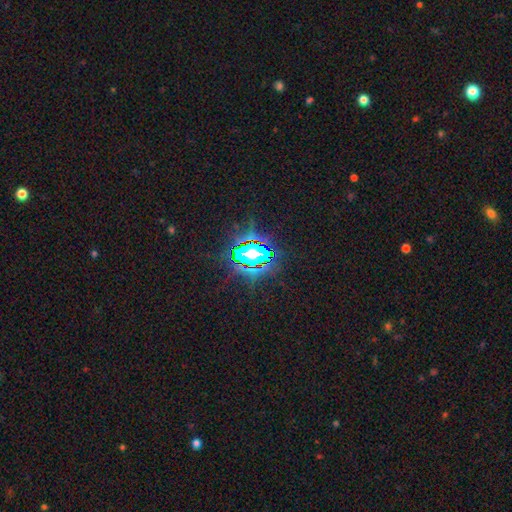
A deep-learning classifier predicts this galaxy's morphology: Smooth or featured?
  - star or artifact: 83% *
  - smooth: 10%
  - featured or disk: 7%